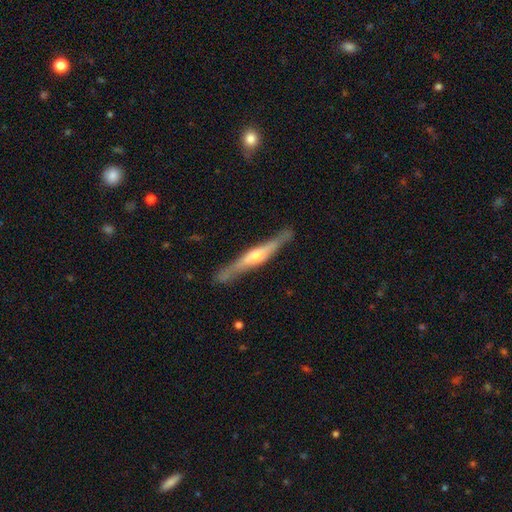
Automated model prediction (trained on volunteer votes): Smooth or featured: featured or disk — 73% (smooth — 21%)
Edge-on disk: yes — 95% (no — 5%)
Edge-on bulge: rounded — 76% (boxy — 13%)
Merging: none — 83% (minor disturbance — 12%)